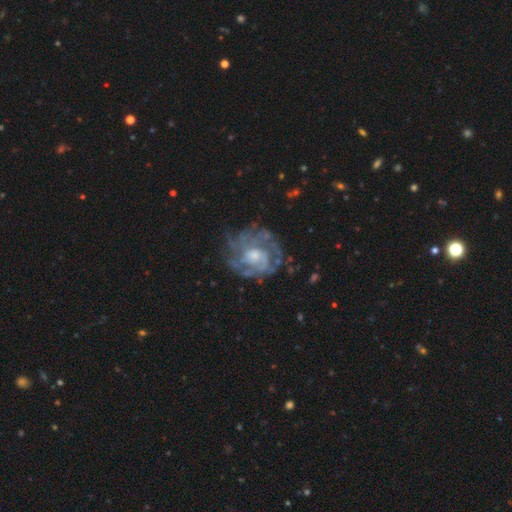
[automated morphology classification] Smooth or featured? featured or disk (84%)
Edge-on disk? no (97%)
Bar? no (67%)
Spiral arms? yes (92%)
Spiral winding? tight (57%)
Spiral arm count? can't tell (38%)
Bulge size? moderate (55%)
Merging? none (72%)